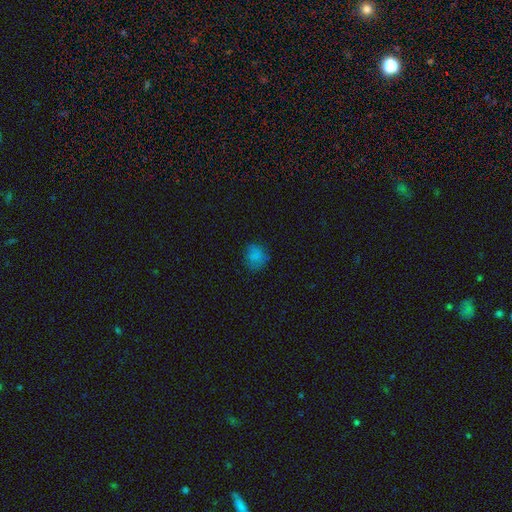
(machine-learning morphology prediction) Overall: smooth (76%). How rounded: round (71%). Merging: none (72%).